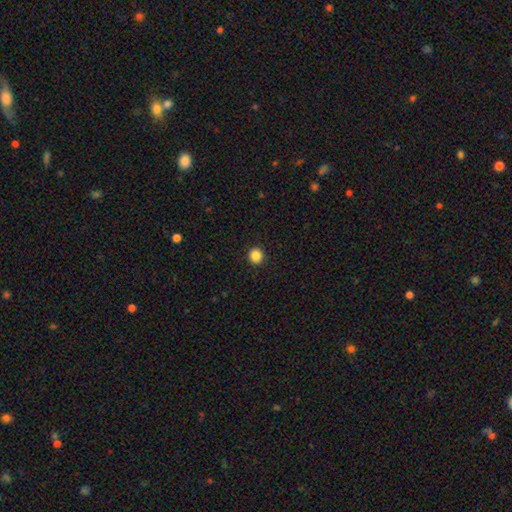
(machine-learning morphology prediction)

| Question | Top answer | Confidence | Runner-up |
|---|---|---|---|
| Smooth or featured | smooth | 86% | star or artifact (11%) |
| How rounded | round | 91% | in between (8%) |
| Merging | none | 93% | minor disturbance (4%) |